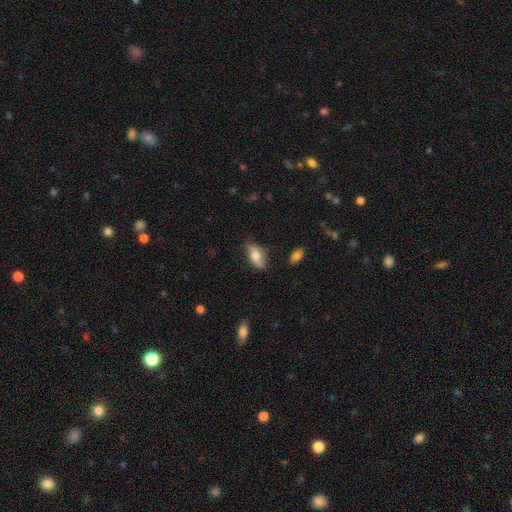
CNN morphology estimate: Smooth or featured? Predicted: smooth (p=0.72). How rounded? Predicted: in between (p=0.88). Merging? Predicted: none (p=0.65).